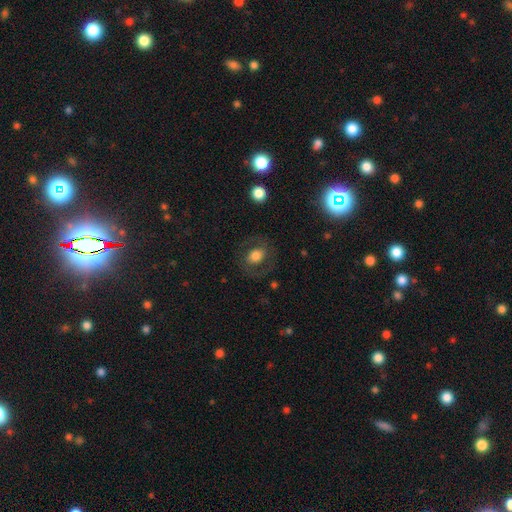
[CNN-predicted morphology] A smooth galaxy with no disk features (55%) that is round (54%).

Vote fractions:
- Smooth or featured? smooth: 55% / featured or disk: 36% / star or artifact: 9%
- How rounded? round: 54% / in between: 45% / cigar-shaped: 1%
- Merging? none: 74% / minor disturbance: 12% / major disturbance: 12% / merger: 1%